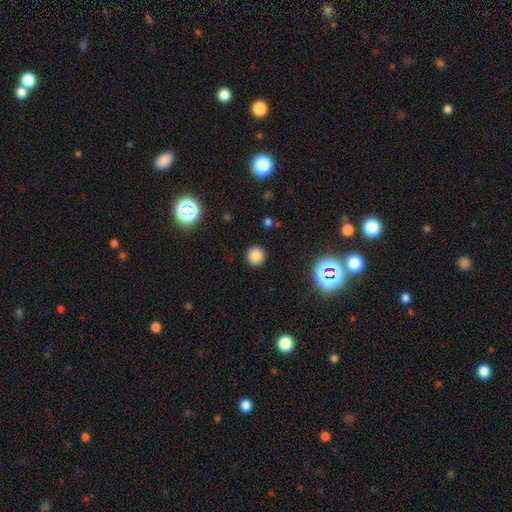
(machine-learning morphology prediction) Smooth or featured?
  - smooth: 81% *
  - star or artifact: 14%
  - featured or disk: 5%
How rounded?
  - round: 93% *
  - in between: 6%
  - cigar-shaped: 1%
Merging?
  - none: 91% *
  - minor disturbance: 5%
  - major disturbance: 2%
  - merger: 1%